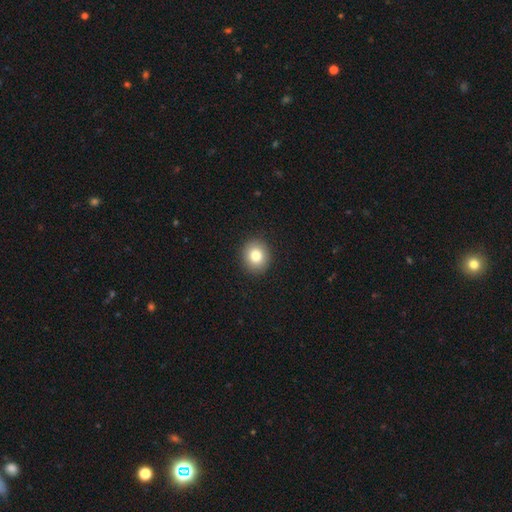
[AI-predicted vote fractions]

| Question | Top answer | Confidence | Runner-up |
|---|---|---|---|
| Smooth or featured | smooth | 81% | star or artifact (9%) |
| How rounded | round | 77% | in between (22%) |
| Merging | none | 91% | minor disturbance (6%) |